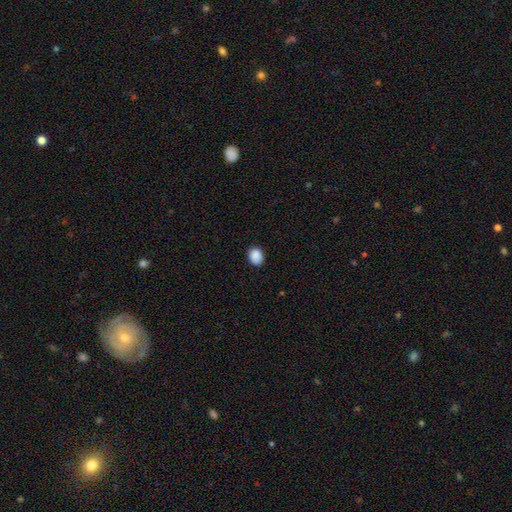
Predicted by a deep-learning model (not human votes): Smooth or featured?
  - smooth: 89% *
  - star or artifact: 8%
  - featured or disk: 3%
How rounded?
  - round: 50% *
  - in between: 49%
  - cigar-shaped: 1%
Merging?
  - none: 86% *
  - minor disturbance: 11%
  - major disturbance: 2%
  - merger: 1%